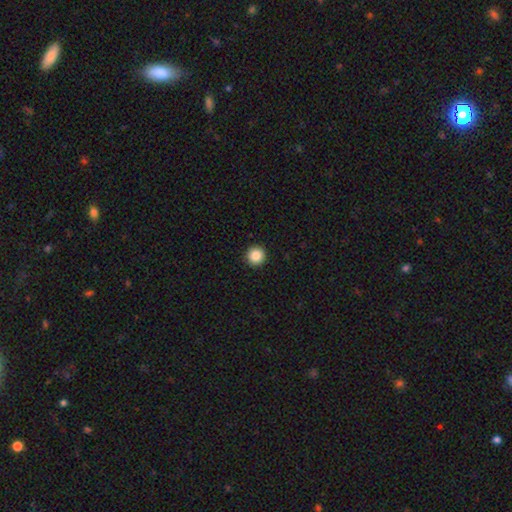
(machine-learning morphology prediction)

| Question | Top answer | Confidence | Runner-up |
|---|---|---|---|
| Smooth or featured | smooth | 87% | star or artifact (10%) |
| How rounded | round | 96% | in between (3%) |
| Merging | none | 94% | minor disturbance (4%) |